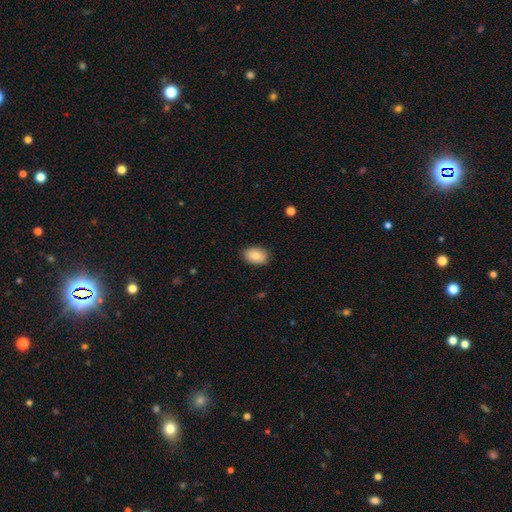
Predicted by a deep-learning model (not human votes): smooth_or_featured: smooth (p=0.85) [alt: featured or disk p=0.08]
how_rounded: in between (p=0.83) [alt: round p=0.16]
merging: none (p=0.87) [alt: minor disturbance p=0.10]